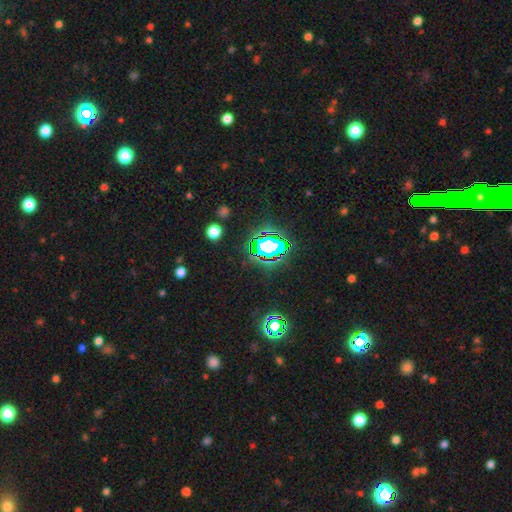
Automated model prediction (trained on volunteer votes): This is likely a star or artifact rather than a galaxy (80%).